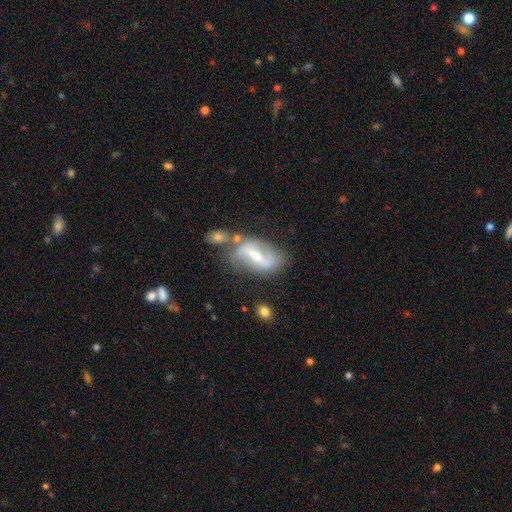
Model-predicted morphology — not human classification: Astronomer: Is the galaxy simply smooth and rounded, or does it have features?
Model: featured or disk — 74%.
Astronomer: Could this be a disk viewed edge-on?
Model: no — 92%.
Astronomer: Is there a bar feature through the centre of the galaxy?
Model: strong — 55% (runner-up: weak, 35%).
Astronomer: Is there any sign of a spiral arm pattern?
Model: yes — 78%.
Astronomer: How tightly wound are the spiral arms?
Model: loose — 51% (runner-up: medium, 35%).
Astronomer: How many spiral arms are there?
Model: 2 — 81%.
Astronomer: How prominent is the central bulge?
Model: moderate — 53% (runner-up: small, 36%).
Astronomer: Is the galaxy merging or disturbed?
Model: none — 52%.